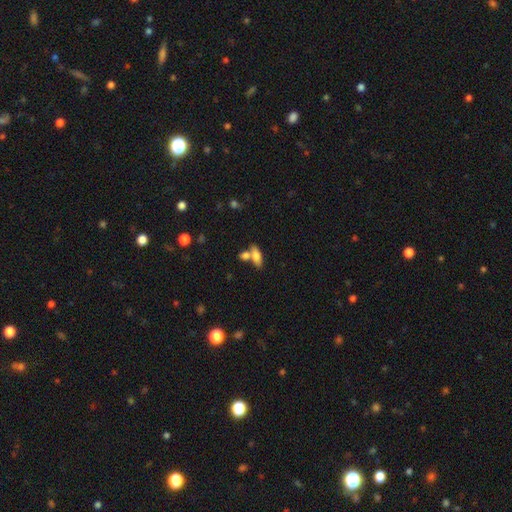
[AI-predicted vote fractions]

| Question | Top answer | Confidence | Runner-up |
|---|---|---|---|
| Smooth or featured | smooth | 73% | featured or disk (18%) |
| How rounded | in between | 74% | cigar-shaped (22%) |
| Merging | none | 48% | merger (38%) |